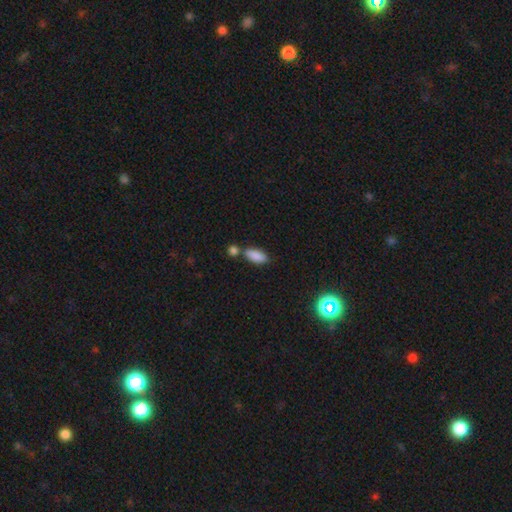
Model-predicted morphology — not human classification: A smooth galaxy with no disk features (86%) that is in between round and cigar-shaped (82%).

Vote fractions:
- Smooth or featured? smooth: 86% / star or artifact: 8% / featured or disk: 6%
- How rounded? in between: 82% / cigar-shaped: 15% / round: 3%
- Merging? none: 60% / merger: 22% / minor disturbance: 14% / major disturbance: 4%